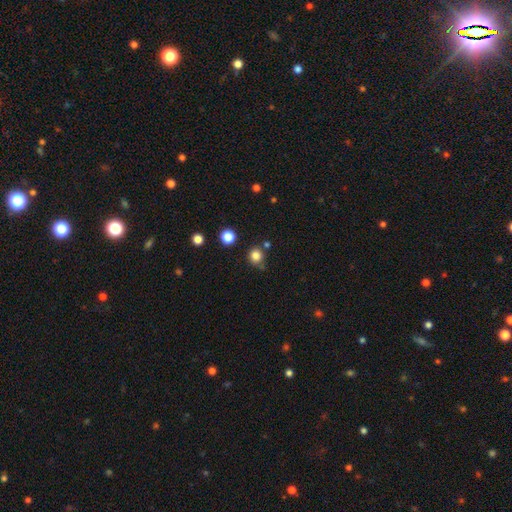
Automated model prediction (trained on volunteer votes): Smooth or featured? smooth (82%)
How rounded? round (86%)
Merging? none (70%)